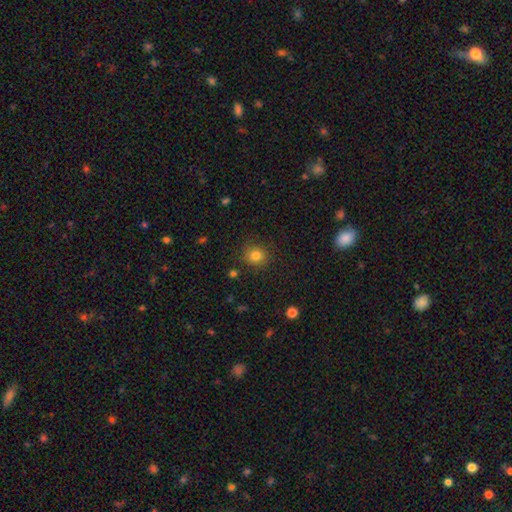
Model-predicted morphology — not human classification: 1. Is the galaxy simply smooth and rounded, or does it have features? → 80% smooth, 13% star or artifact, 7% featured or disk.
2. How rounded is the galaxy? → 87% round, 12% in between, 1% cigar-shaped.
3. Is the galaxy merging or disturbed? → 85% none, 10% minor disturbance, 3% major disturbance, 1% merger.